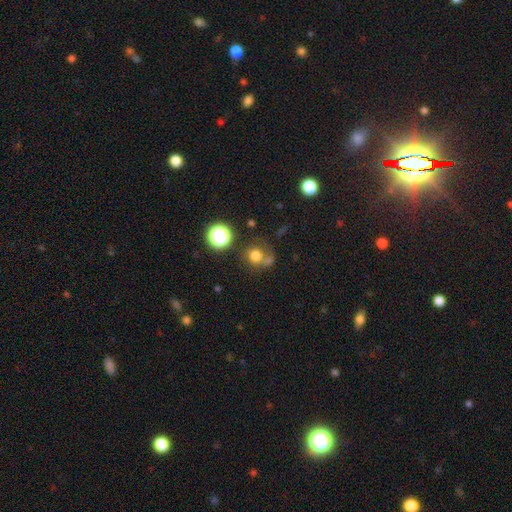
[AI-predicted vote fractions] Overall: smooth (73%). How rounded: round (86%). Merging: none (54%; merger 25%).